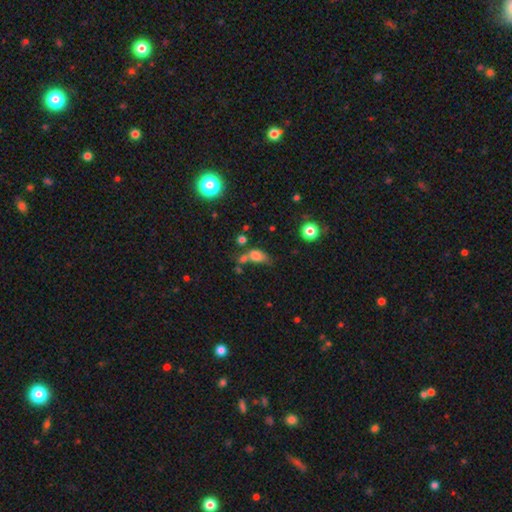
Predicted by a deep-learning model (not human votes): A smooth galaxy with no disk features (74%) that is in between round and cigar-shaped (79%). Merging: merger (33%).